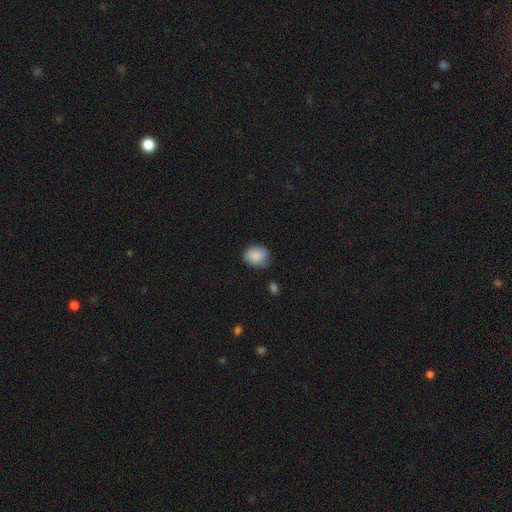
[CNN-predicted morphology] A smooth galaxy with no disk features (85%) that is round (54%).

Vote fractions:
- Smooth or featured? smooth: 85% / star or artifact: 7% / featured or disk: 7%
- How rounded? round: 54% / in between: 45% / cigar-shaped: 1%
- Merging? none: 66% / minor disturbance: 26% / major disturbance: 5% / merger: 2%